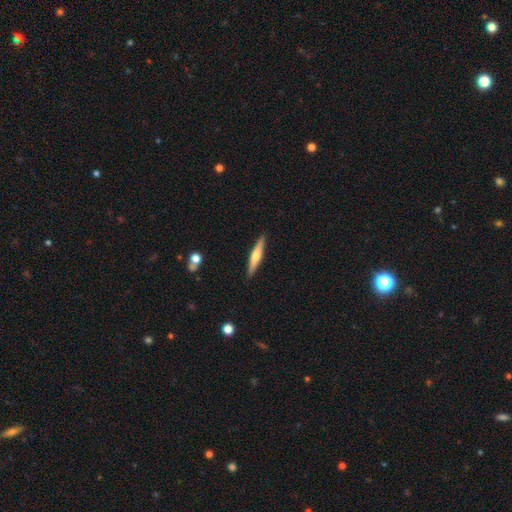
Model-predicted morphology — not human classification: Smooth or featured? Predicted: featured or disk (p=0.54). Edge-on disk? Predicted: yes (p=0.96). Edge-on bulge? Predicted: rounded (p=0.85). Merging? Predicted: none (p=0.91).